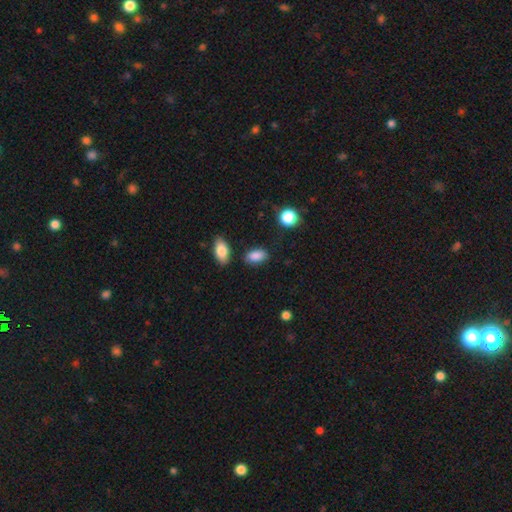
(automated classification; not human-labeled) Morphology: type=smooth (87%); roundness=in between (90%); merging=none (80%).